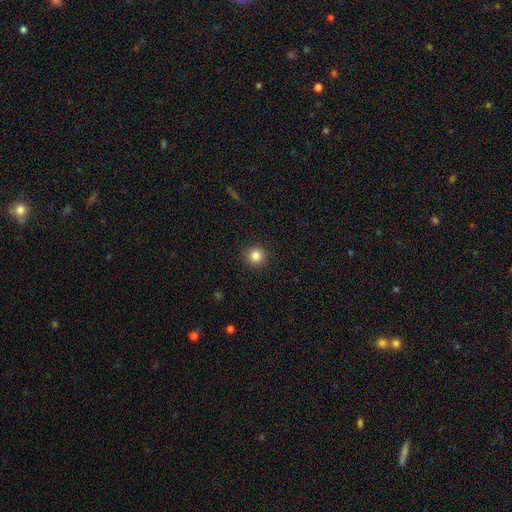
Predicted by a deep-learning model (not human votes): Smooth or featured?
  - smooth: 85% *
  - star or artifact: 11%
  - featured or disk: 4%
How rounded?
  - round: 95% *
  - in between: 4%
  - cigar-shaped: 1%
Merging?
  - none: 92% *
  - minor disturbance: 5%
  - major disturbance: 2%
  - merger: 1%